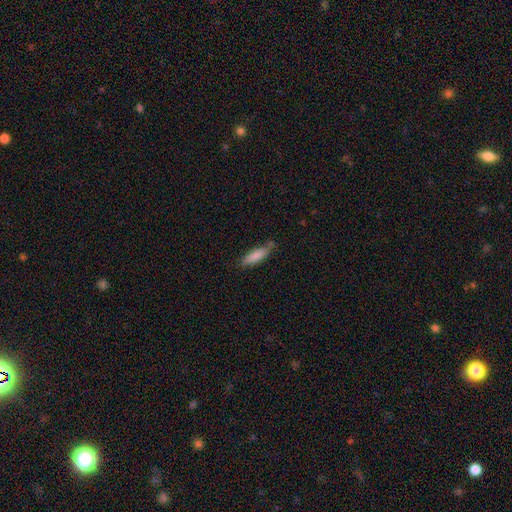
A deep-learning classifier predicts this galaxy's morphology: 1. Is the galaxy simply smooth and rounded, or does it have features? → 83% smooth, 11% featured or disk, 6% star or artifact.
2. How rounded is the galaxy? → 60% cigar-shaped, 38% in between, 2% round.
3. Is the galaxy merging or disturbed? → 69% none, 22% minor disturbance, 5% merger, 4% major disturbance.